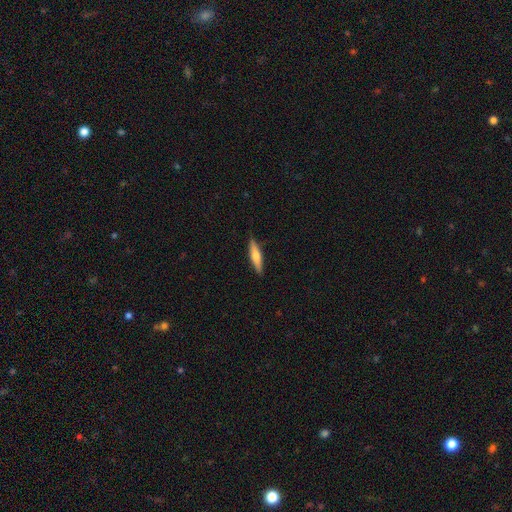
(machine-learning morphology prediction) smooth-or-featured: smooth: 58% | featured or disk: 37% | star or artifact: 6%
  how-rounded: cigar-shaped: 83% | in between: 15% | round: 2%
  merging: none: 89% | minor disturbance: 8% | major disturbance: 2% | merger: 1%